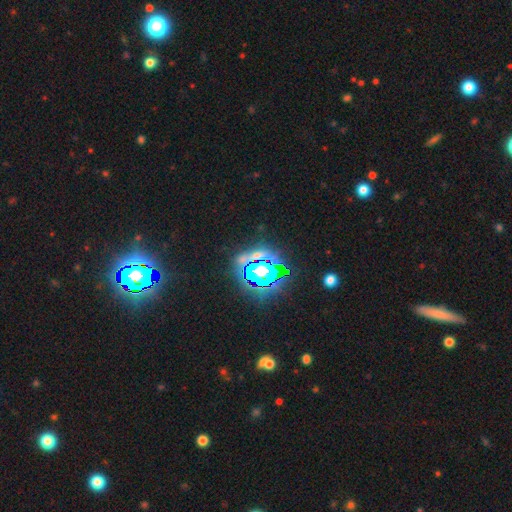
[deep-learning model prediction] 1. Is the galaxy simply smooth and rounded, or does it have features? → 63% star or artifact, 23% smooth, 14% featured or disk.